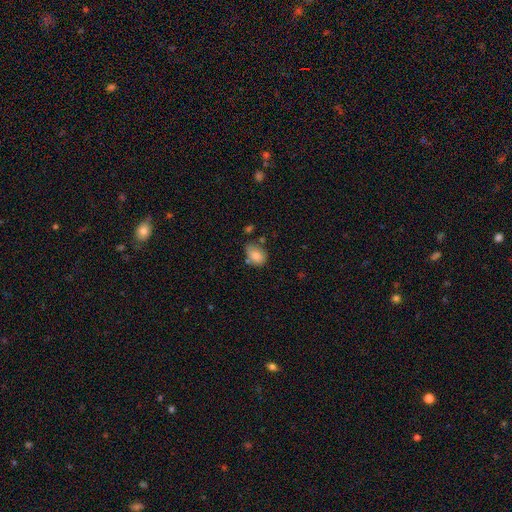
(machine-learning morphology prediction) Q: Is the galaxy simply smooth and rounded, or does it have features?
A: smooth — 82%.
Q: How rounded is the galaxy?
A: in between — 72%.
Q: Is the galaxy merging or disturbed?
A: none — 58%.